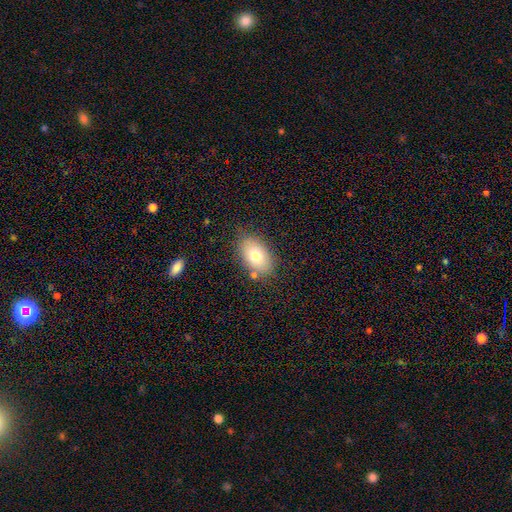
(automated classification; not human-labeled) smooth-or-featured: smooth: 74% | featured or disk: 17% | star or artifact: 9%
  how-rounded: in between: 89% | round: 10% | cigar-shaped: 2%
  merging: none: 76% | minor disturbance: 15% | merger: 4% | major disturbance: 4%